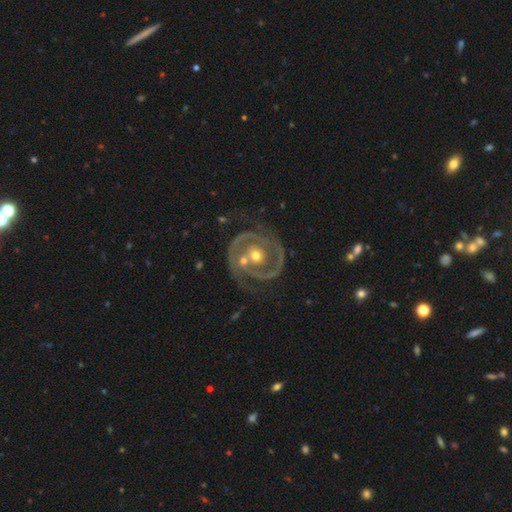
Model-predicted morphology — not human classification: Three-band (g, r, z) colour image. It shows a featured or disk galaxy (81%) with no bar (80%), 2 (57%) tight (56%) spiral arms (70%) and a moderate central bulge (67%). Merging: none (49%).